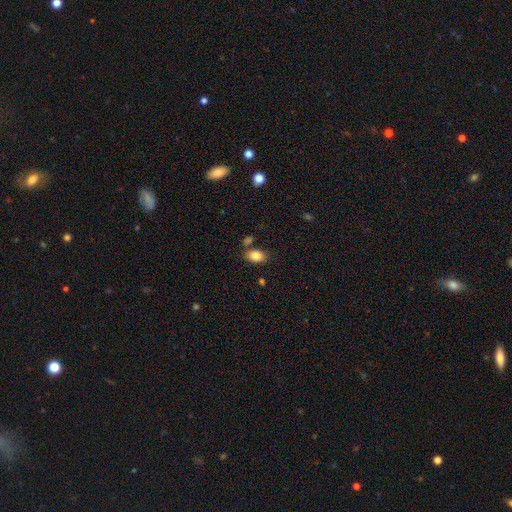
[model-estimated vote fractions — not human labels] The model was most divided on "merging": none: 75%, minor disturbance: 13%, merger: 9%, major disturbance: 3%. More confident: how rounded — in between (85%); smooth or featured — smooth (85%).